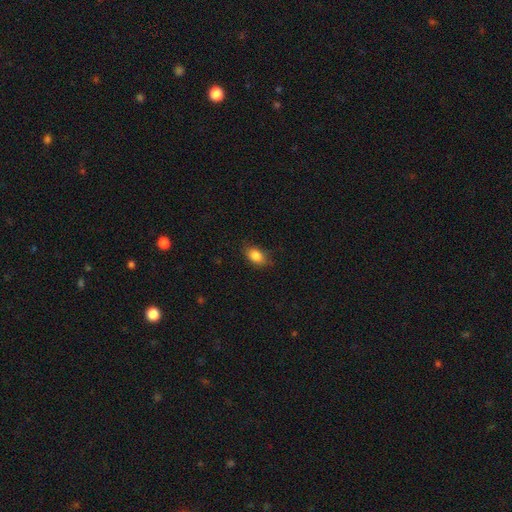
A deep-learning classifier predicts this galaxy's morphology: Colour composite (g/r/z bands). It shows a smooth galaxy with no disk features (85%) that is in between round and cigar-shaped (83%). Merging: none (79%).